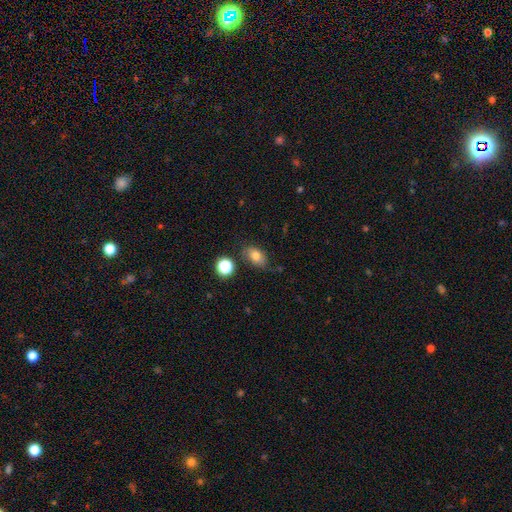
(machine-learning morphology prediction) A smooth galaxy with no disk features (77%) that is in between round and cigar-shaped (81%).

Vote fractions:
- Smooth or featured? smooth: 77% / featured or disk: 12% / star or artifact: 11%
- How rounded? in between: 81% / round: 17% / cigar-shaped: 2%
- Merging? none: 72% / minor disturbance: 19% / major disturbance: 5% / merger: 4%